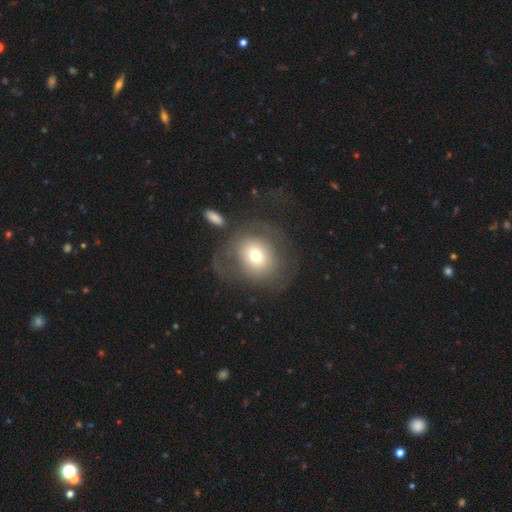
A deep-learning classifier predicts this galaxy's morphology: smooth 55%, featured or disk 36%, star or artifact 9%. Down the decision tree: how rounded — round (74%); merging — none (52%).